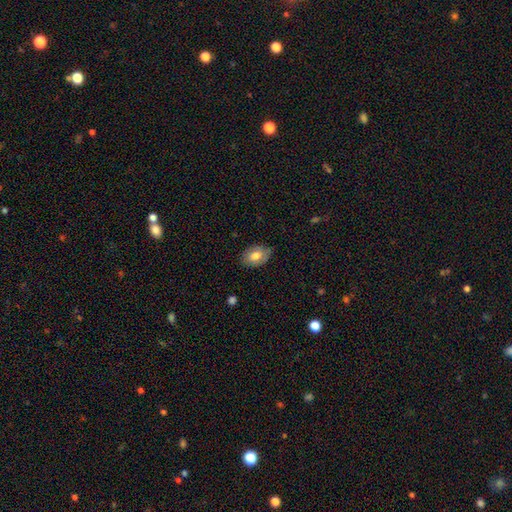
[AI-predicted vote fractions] Q: Smooth or featured?
A: smooth (71%); runner-up: featured or disk (22%)
Q: How rounded?
A: in between (81%); runner-up: round (18%)
Q: Merging?
A: none (75%); runner-up: minor disturbance (20%)